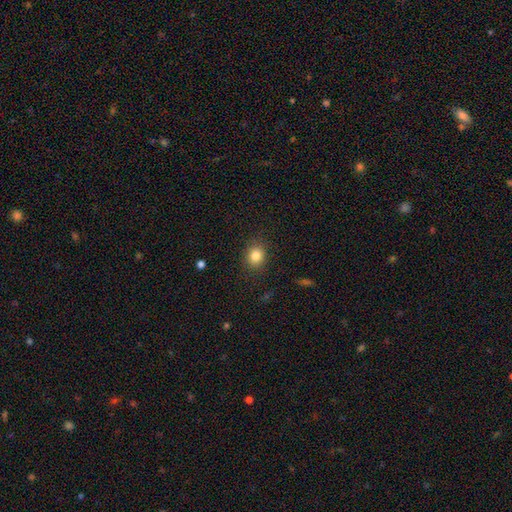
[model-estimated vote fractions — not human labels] A smooth galaxy with no disk features (83%) that is round (69%). Merging: none (87%).